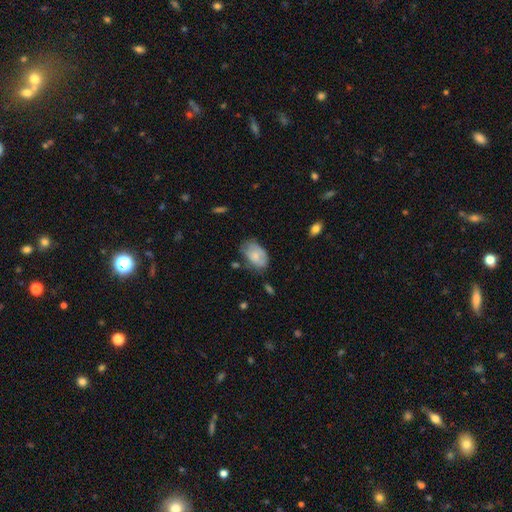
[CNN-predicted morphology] This appears to be a smooth galaxy with no disk features (71%) that is in between round and cigar-shaped (89%). Merging: none (54%).